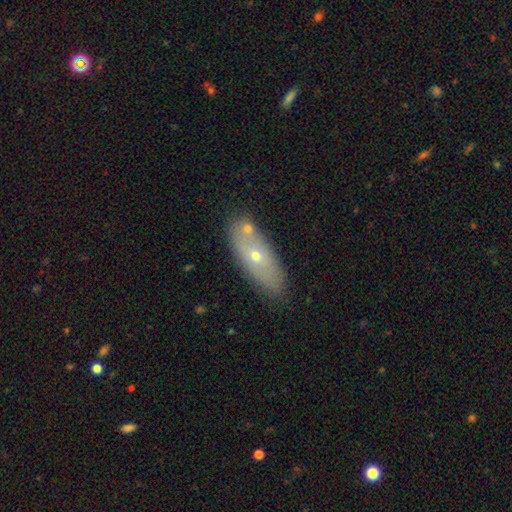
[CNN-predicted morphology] This is possibly a smooth galaxy (53%). How rounded: likely in between (70%). Merging: likely none (71%).